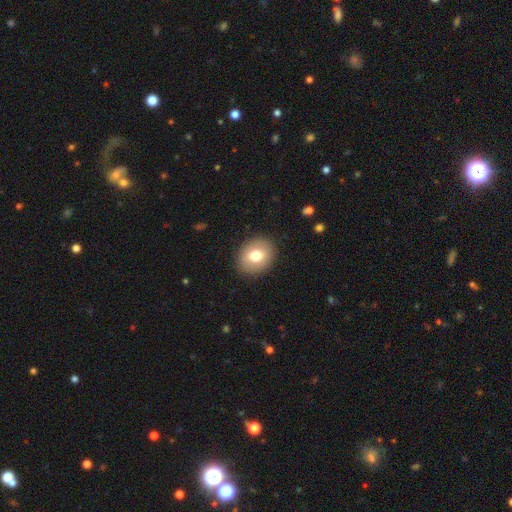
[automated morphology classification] Q: Smooth or featured?
A: smooth (74%); runner-up: featured or disk (17%)
Q: How rounded?
A: round (53%); runner-up: in between (46%)
Q: Merging?
A: none (89%); runner-up: minor disturbance (7%)